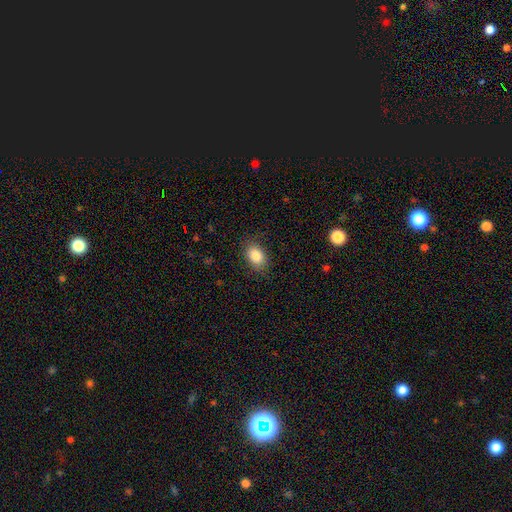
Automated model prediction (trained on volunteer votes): Q: Smooth or featured?
A: smooth (87%); runner-up: star or artifact (8%)
Q: How rounded?
A: in between (85%); runner-up: round (13%)
Q: Merging?
A: none (84%); runner-up: minor disturbance (11%)